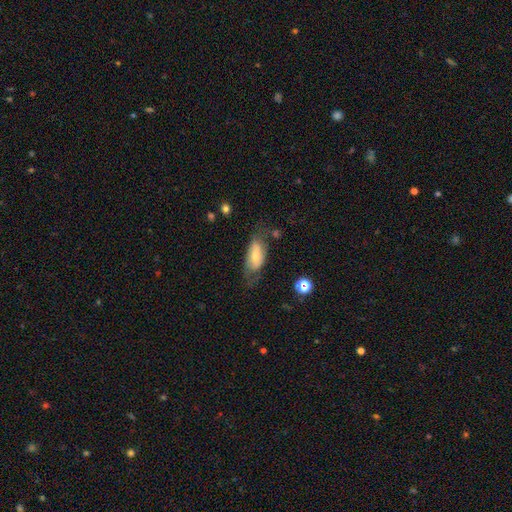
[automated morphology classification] The model was most divided on "smooth or featured": smooth: 54%, featured or disk: 39%, star or artifact: 8%. Remaining: how rounded — in between (88%); merging — none (47%).